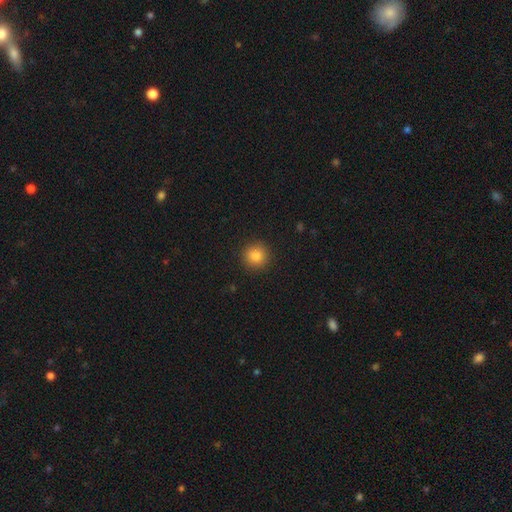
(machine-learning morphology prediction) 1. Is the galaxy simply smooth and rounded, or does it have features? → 84% smooth, 11% star or artifact, 5% featured or disk.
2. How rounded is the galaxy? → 93% round, 6% in between, 1% cigar-shaped.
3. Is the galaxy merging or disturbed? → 92% none, 5% minor disturbance, 2% major disturbance, 1% merger.